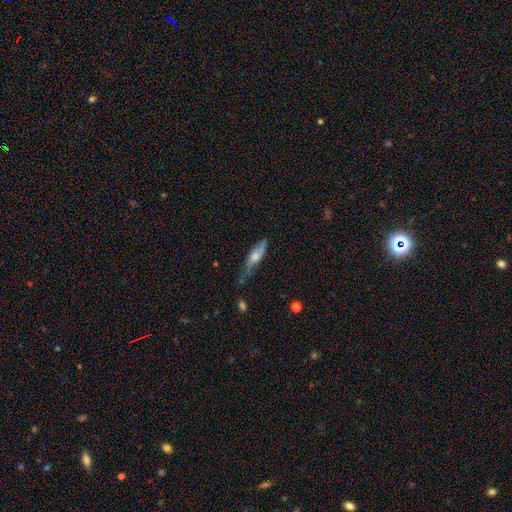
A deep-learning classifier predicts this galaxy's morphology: Smooth or featured: smooth — 58% (featured or disk — 36%)
How rounded: cigar-shaped — 60% (in between — 38%)
Merging: none — 46% (minor disturbance — 35%)